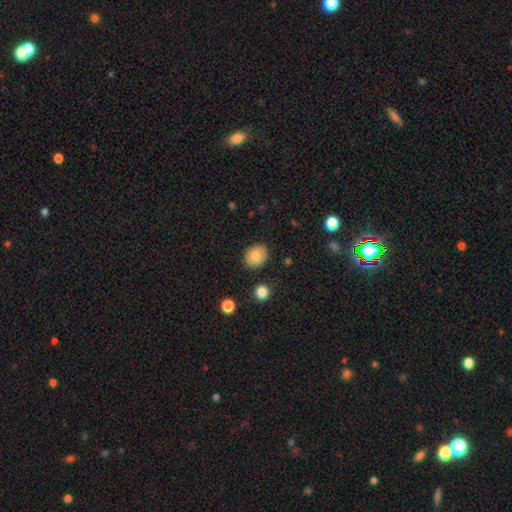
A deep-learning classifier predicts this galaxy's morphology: Overall: smooth (79%). How rounded: round (64%; in between 35%). Merging: none (88%).